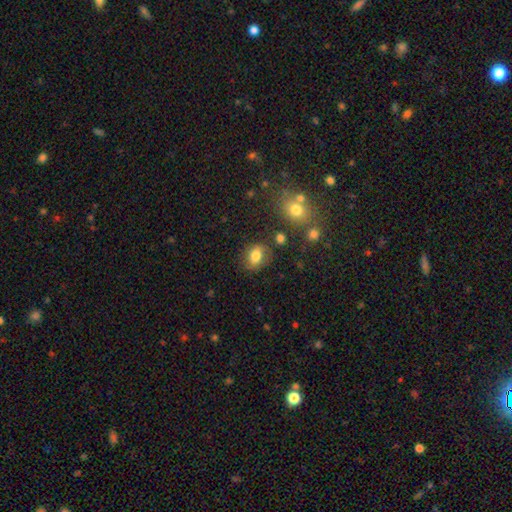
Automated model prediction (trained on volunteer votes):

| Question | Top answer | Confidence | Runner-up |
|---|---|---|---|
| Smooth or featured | smooth | 77% | featured or disk (13%) |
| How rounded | in between | 68% | round (31%) |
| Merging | none | 73% | minor disturbance (17%) |